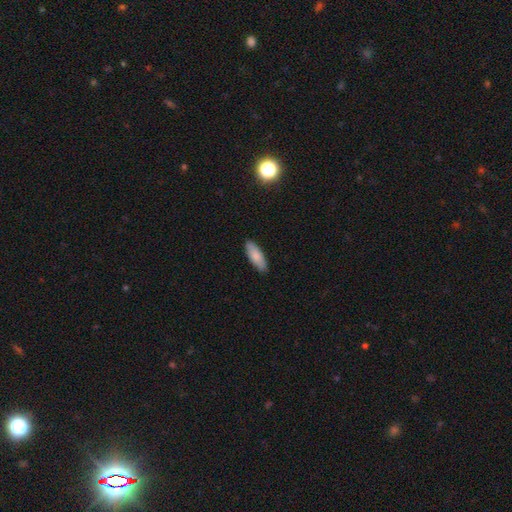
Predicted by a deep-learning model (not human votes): A smooth galaxy with no disk features (84%) that is in between round and cigar-shaped (67%).

Vote fractions:
- Smooth or featured? smooth: 84% / featured or disk: 10% / star or artifact: 6%
- How rounded? in between: 67% / cigar-shaped: 31% / round: 2%
- Merging? none: 87% / minor disturbance: 10% / major disturbance: 2% / merger: 1%